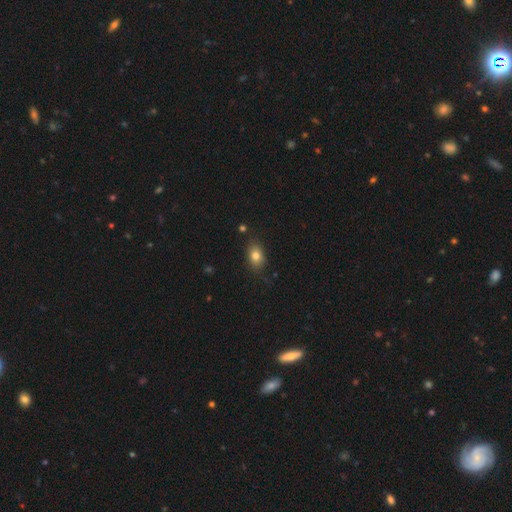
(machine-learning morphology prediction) Smooth or featured?
  - smooth: 80% *
  - featured or disk: 10%
  - star or artifact: 10%
How rounded?
  - in between: 79% *
  - round: 19%
  - cigar-shaped: 2%
Merging?
  - none: 81% *
  - minor disturbance: 14%
  - major disturbance: 3%
  - merger: 2%